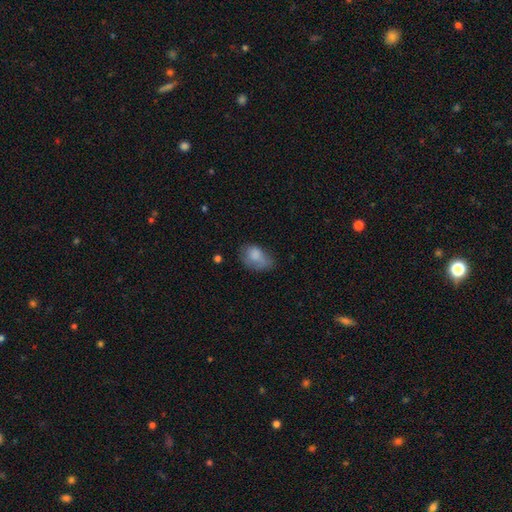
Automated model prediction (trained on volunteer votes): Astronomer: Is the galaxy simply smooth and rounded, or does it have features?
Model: smooth — 76%.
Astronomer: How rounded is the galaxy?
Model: in between — 86%.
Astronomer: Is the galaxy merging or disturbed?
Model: none — 39% (runner-up: minor disturbance, 35%).